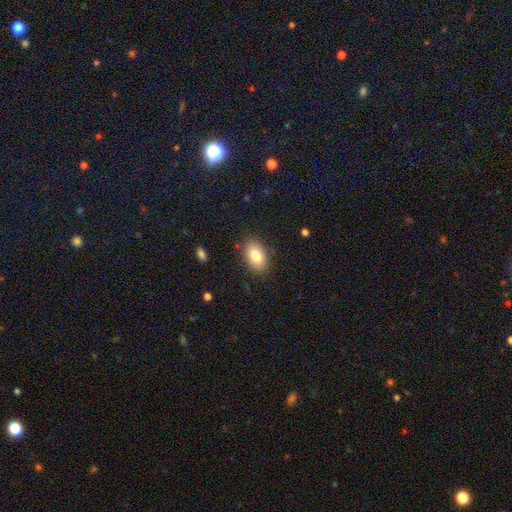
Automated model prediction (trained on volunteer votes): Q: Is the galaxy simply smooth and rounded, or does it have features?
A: smooth — 81%.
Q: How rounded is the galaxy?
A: in between — 88%.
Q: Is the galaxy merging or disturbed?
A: none — 85%.